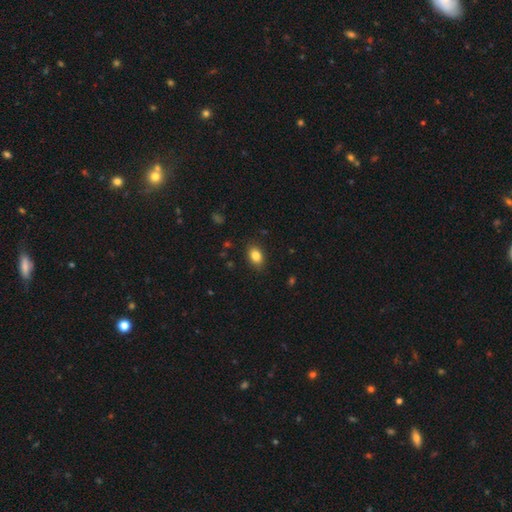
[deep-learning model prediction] Morphology: type=smooth (84%); roundness=in between (82%); merging=none (86%).